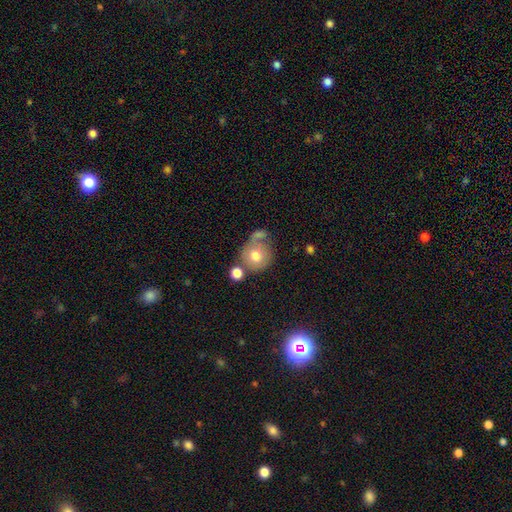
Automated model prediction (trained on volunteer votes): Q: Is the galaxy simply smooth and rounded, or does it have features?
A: smooth — 70%.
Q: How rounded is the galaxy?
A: round — 83%.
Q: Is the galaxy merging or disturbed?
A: none — 45%.